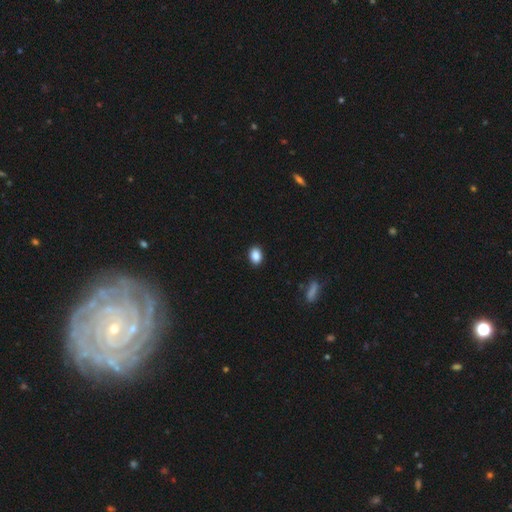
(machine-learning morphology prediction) This is clearly a smooth galaxy (88%). How rounded: likely in between (72%). Merging: clearly none (90%).